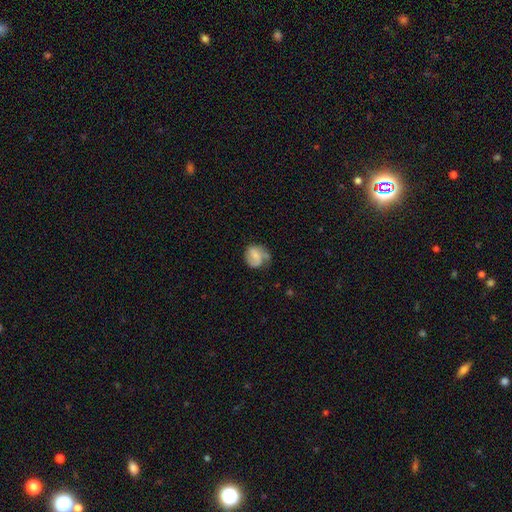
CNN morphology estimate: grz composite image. It shows a smooth galaxy with no disk features (47%). Merging: none (49%).